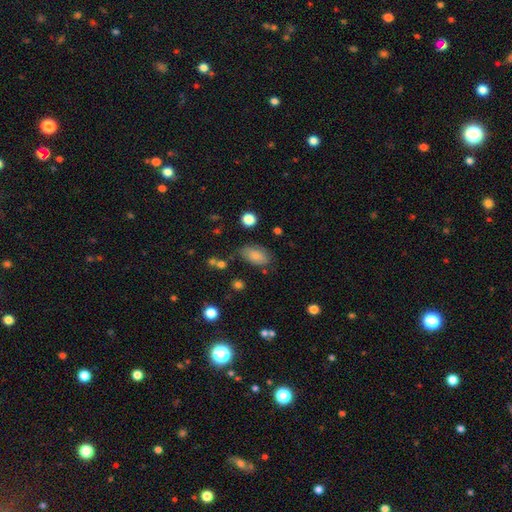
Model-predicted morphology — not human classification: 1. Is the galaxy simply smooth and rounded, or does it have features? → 81% smooth, 11% featured or disk, 8% star or artifact.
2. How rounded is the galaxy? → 92% in between, 6% round, 3% cigar-shaped.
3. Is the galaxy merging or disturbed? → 70% none, 21% minor disturbance, 6% major disturbance, 3% merger.